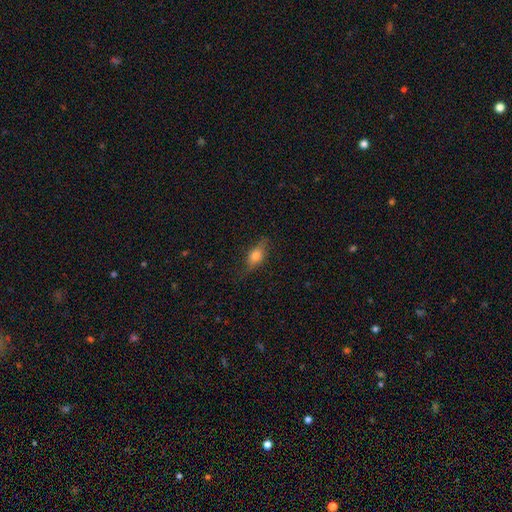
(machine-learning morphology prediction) Smooth or featured?
  - smooth: 66% *
  - featured or disk: 26%
  - star or artifact: 8%
How rounded?
  - in between: 77% *
  - cigar-shaped: 16%
  - round: 8%
Merging?
  - none: 75% *
  - minor disturbance: 19%
  - major disturbance: 5%
  - merger: 1%